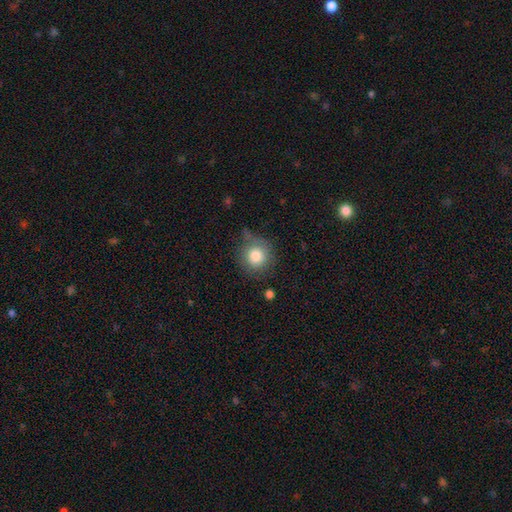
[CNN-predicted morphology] This is clearly a smooth galaxy (81%). How rounded: clearly round (91%). Merging: likely none (70%).